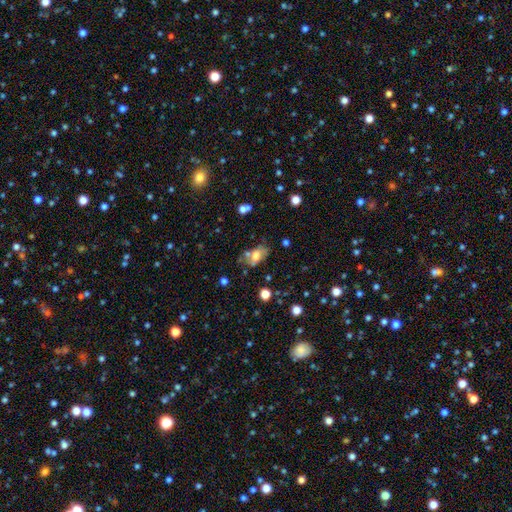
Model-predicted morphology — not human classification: smooth 58%, featured or disk 31%, star or artifact 11%. Down the decision tree: how rounded — in between (88%); merging — none (47%).